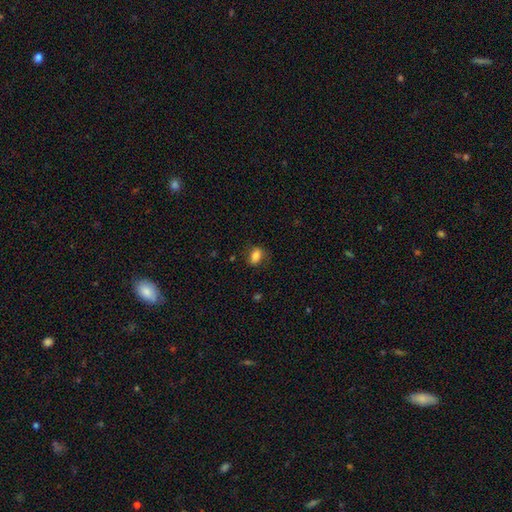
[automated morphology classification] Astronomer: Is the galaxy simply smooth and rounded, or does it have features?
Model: smooth — 82%.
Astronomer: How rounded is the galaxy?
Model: in between — 81%.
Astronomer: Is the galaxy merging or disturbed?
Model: none — 74%.